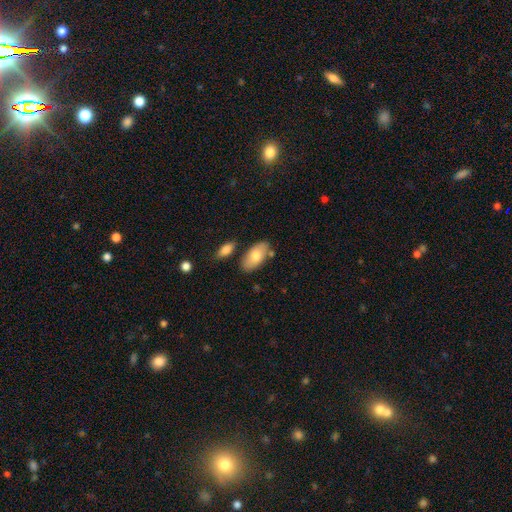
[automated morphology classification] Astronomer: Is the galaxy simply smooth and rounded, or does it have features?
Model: smooth — 77%.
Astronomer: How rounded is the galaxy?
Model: in between — 94%.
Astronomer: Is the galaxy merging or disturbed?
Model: none — 76%.